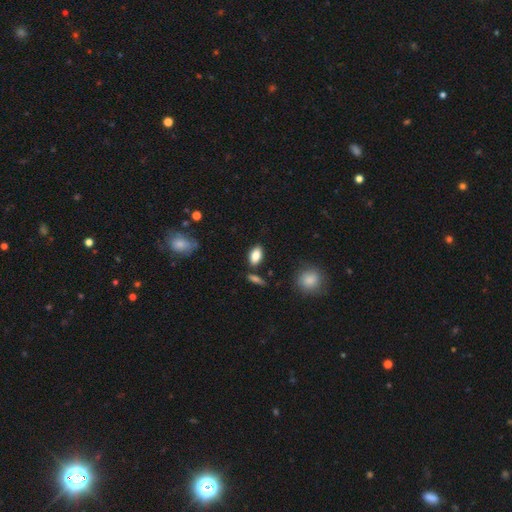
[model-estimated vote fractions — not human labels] Q: Smooth or featured?
A: smooth (83%); runner-up: featured or disk (9%)
Q: How rounded?
A: in between (89%); runner-up: round (6%)
Q: Merging?
A: none (81%); runner-up: minor disturbance (11%)